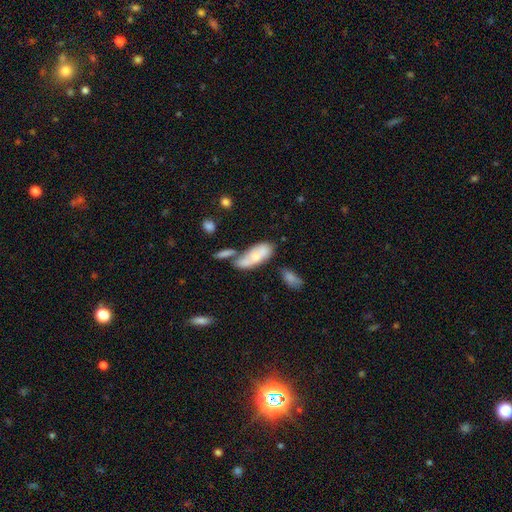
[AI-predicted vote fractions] Smooth or featured: smooth — 62% (featured or disk — 30%)
How rounded: in between — 82% (cigar-shaped — 15%)
Merging: merger — 40% (none — 30%)